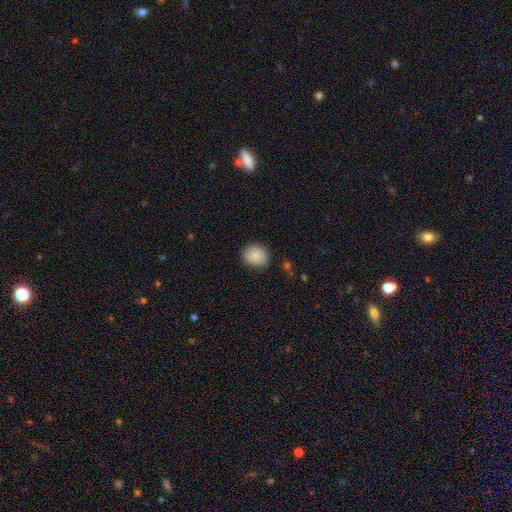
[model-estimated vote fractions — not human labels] The model was most divided on "how rounded": round: 71%, in between: 28%, cigar-shaped: 1%. More confident: smooth or featured — smooth (83%); merging — none (83%).